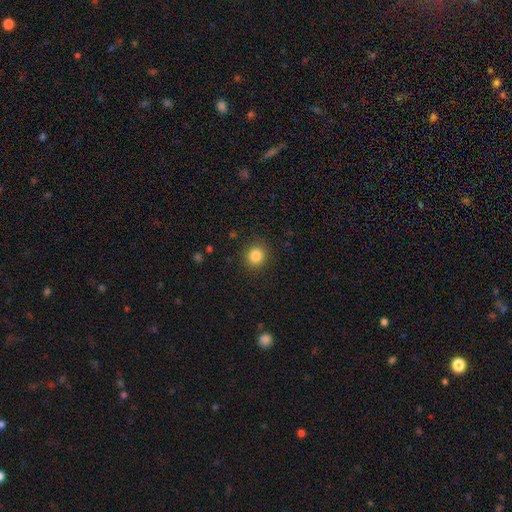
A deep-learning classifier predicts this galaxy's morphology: Smooth or featured?
  - smooth: 85% *
  - star or artifact: 11%
  - featured or disk: 4%
How rounded?
  - round: 86% *
  - in between: 13%
  - cigar-shaped: 1%
Merging?
  - none: 89% *
  - minor disturbance: 7%
  - major disturbance: 3%
  - merger: 1%